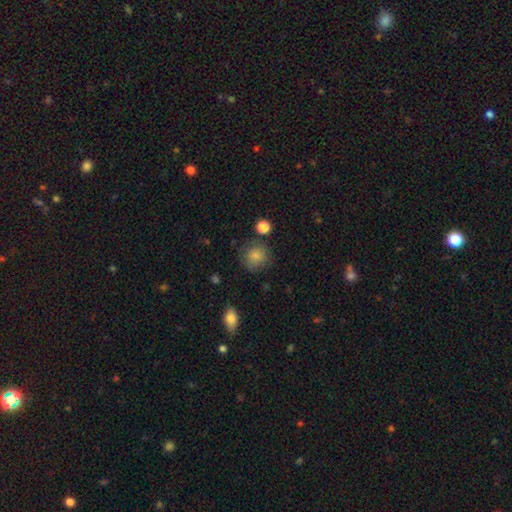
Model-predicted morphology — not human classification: This appears to be a smooth galaxy with no disk features (82%) that is round (88%). Merging: none (76%).